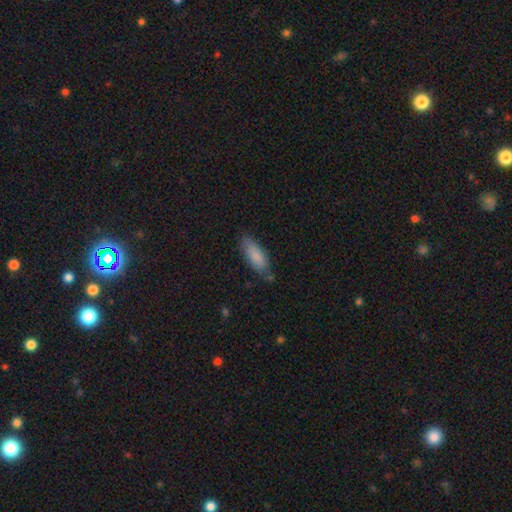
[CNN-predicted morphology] A smooth galaxy with no disk features (85%) that is in between round and cigar-shaped (71%). Merging: none (70%).